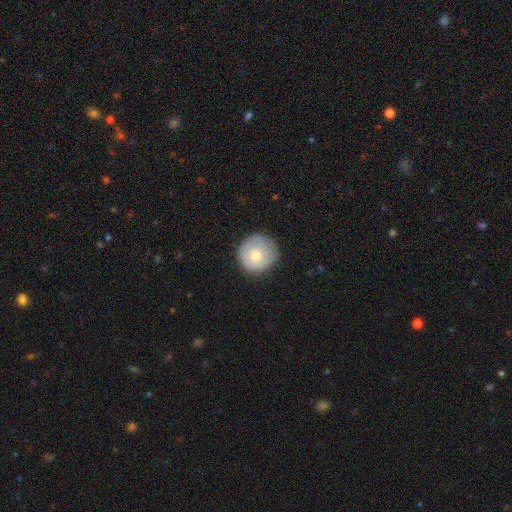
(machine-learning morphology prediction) Overall: smooth (71%). How rounded: round (93%). Merging: none (80%).